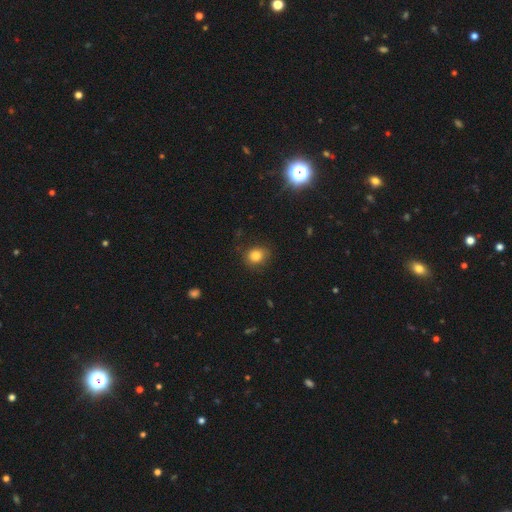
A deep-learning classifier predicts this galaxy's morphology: The model was most divided on "how rounded": round: 70%, in between: 29%, cigar-shaped: 1%. More confident: smooth or featured — smooth (83%); merging — none (80%).